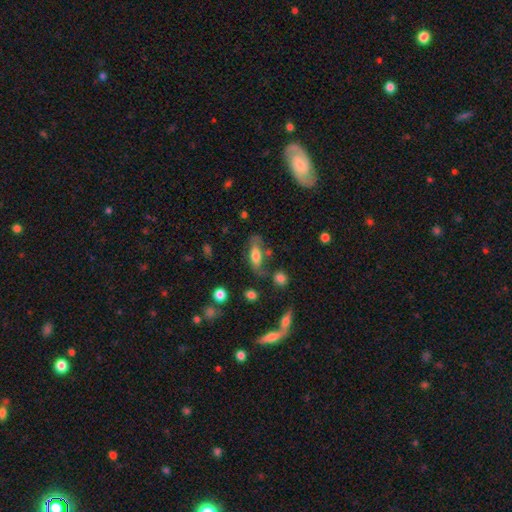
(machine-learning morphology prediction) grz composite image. It shows a smooth galaxy with no disk features (63%) that is in between round and cigar-shaped (65%). Merging: none (57%).